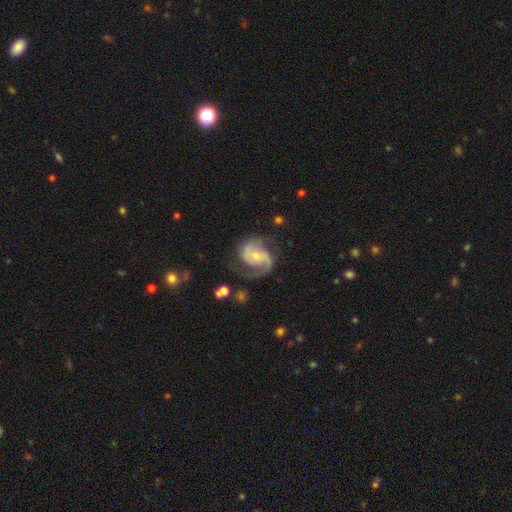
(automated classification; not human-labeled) Morphology: type=featured or disk (86%); edge-on=no (98%); bar=no (51%); spiral arms=yes (96%); winding=medium (53%); arm count=2 (83%); bulge=small (53%); merging=none (64%).